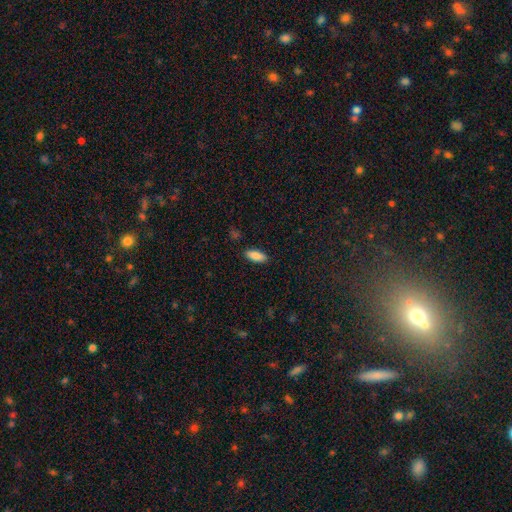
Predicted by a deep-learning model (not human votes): Overall: smooth (87%). How rounded: in between (80%). Merging: none (88%).